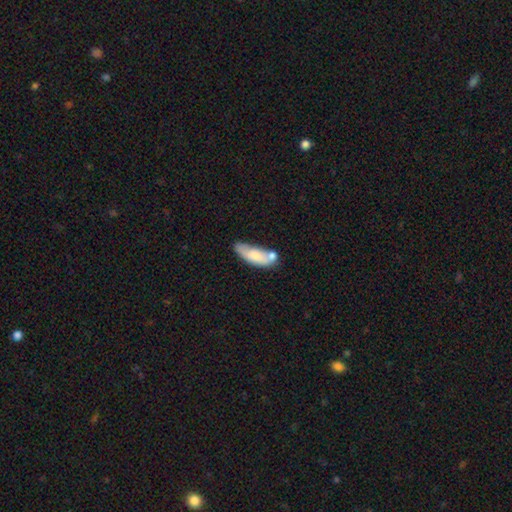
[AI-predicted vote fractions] Q: Smooth or featured?
A: smooth (71%); runner-up: featured or disk (23%)
Q: How rounded?
A: in between (66%); runner-up: cigar-shaped (32%)
Q: Merging?
A: none (39%); runner-up: merger (27%)